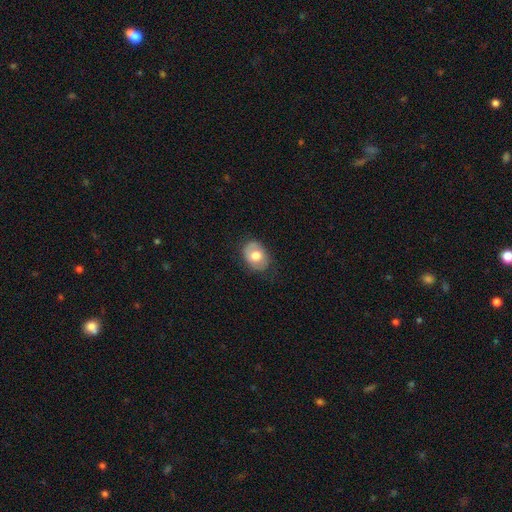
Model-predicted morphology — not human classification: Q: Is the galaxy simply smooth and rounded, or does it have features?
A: smooth — 64%.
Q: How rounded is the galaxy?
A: in between — 57%.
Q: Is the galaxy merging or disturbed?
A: none — 77%.